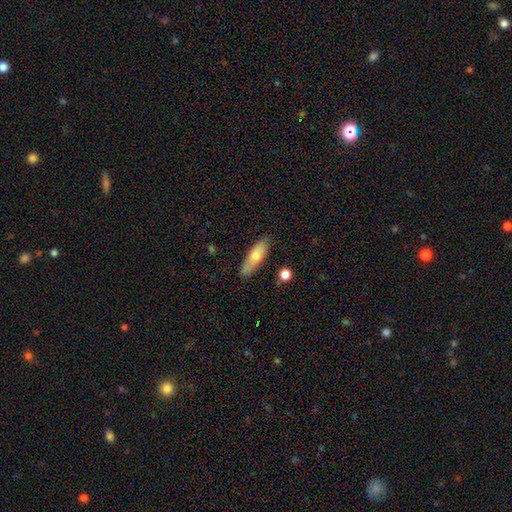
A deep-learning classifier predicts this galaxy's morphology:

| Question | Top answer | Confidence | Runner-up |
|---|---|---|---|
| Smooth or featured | smooth | 65% | featured or disk (29%) |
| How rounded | cigar-shaped | 51% | in between (46%) |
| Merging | none | 83% | minor disturbance (12%) |